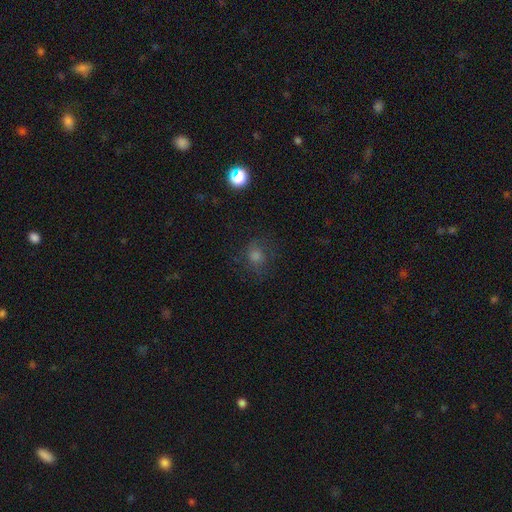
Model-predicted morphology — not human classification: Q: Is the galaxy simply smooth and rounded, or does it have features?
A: smooth — 60%.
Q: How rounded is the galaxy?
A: round — 77%.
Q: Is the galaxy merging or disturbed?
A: none — 73%.